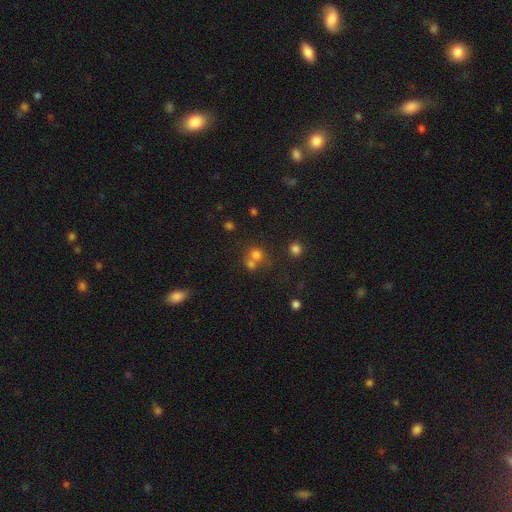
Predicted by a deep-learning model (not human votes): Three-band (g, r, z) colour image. It shows a smooth galaxy with no disk features (69%) that is round (80%). Merging: merger (45%).